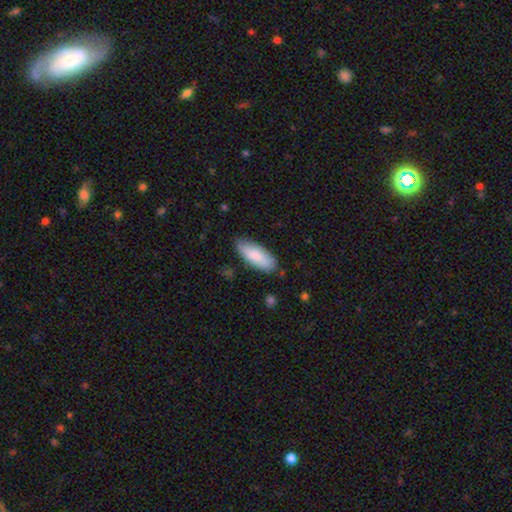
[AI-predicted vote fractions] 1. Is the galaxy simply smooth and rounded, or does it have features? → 84% smooth, 10% featured or disk, 6% star or artifact.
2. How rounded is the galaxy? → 78% in between, 21% cigar-shaped, 2% round.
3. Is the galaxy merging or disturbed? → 77% none, 18% minor disturbance, 3% major disturbance, 2% merger.